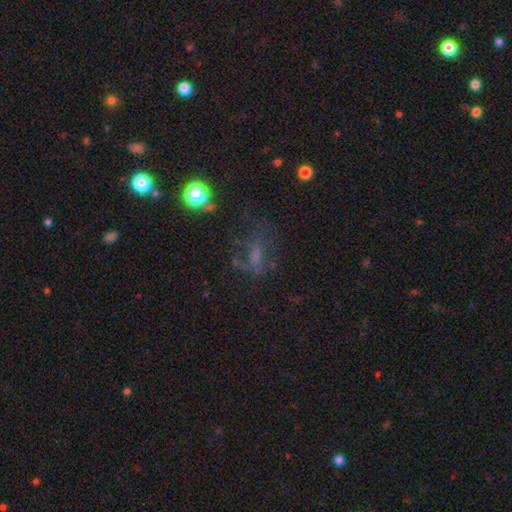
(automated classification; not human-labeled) Smooth or featured: featured or disk — 35% (smooth — 34%)
Merging: none — 44% (major disturbance — 33%)